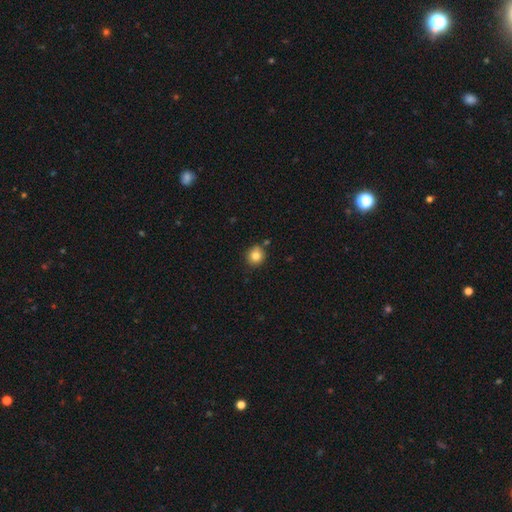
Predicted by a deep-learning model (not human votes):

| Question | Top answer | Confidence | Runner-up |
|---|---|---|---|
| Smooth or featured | smooth | 82% | star or artifact (11%) |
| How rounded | round | 89% | in between (10%) |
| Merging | none | 81% | minor disturbance (11%) |